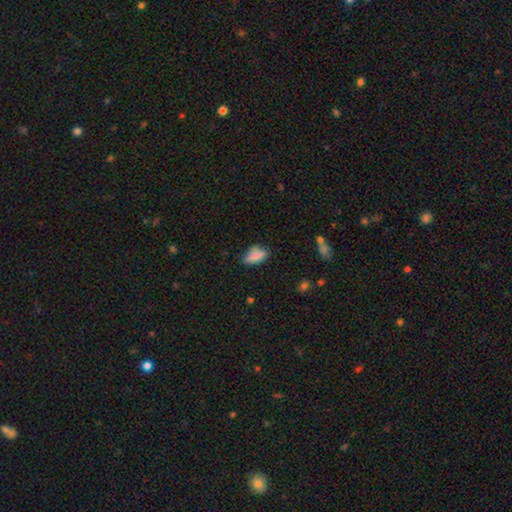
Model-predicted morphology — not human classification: Smooth or featured? smooth (83%)
How rounded? in between (83%)
Merging? none (62%)